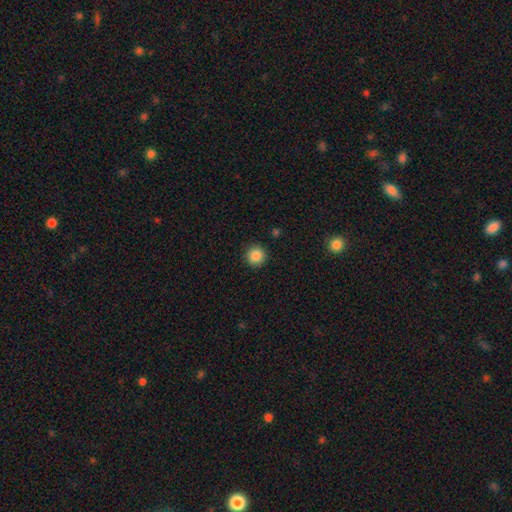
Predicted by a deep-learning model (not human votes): Smooth or featured: smooth — 86% (star or artifact — 10%)
How rounded: round — 94% (in between — 5%)
Merging: none — 91% (minor disturbance — 6%)